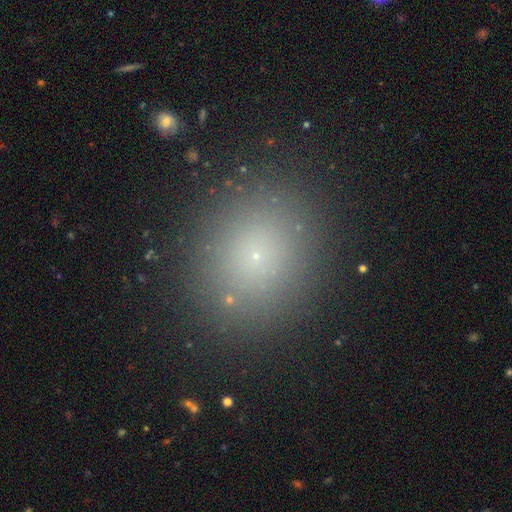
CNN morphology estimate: smooth_or_featured: smooth (p=0.70) [alt: star or artifact p=0.20]
how_rounded: round (p=0.70) [alt: in between p=0.29]
merging: none (p=0.87) [alt: minor disturbance p=0.08]